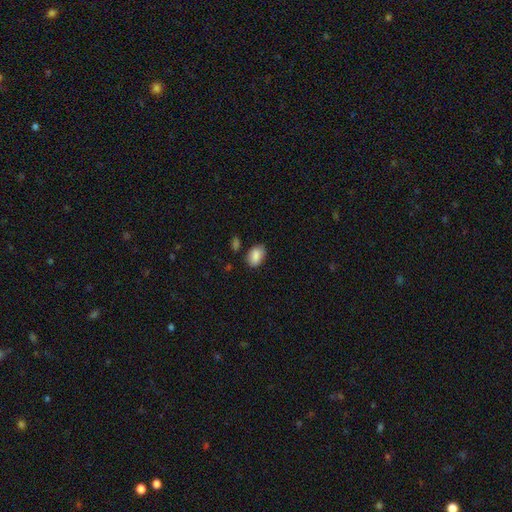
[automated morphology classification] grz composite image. It shows a smooth galaxy with no disk features (87%) that is in between round and cigar-shaped (88%). Merging: none (75%).